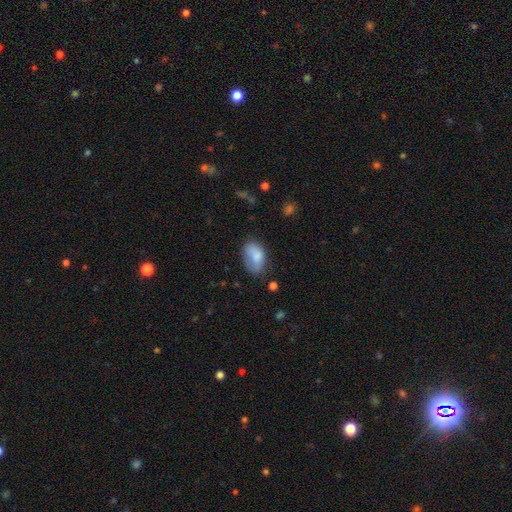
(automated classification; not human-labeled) A smooth galaxy with no disk features (80%) that is in between round and cigar-shaped (90%). Merging: none (49%).